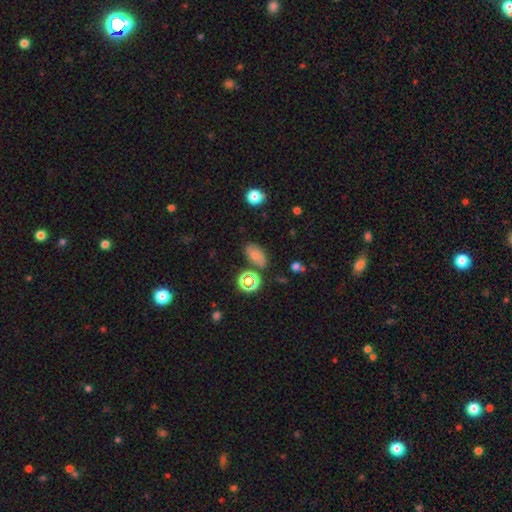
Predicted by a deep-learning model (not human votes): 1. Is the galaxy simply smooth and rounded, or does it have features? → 68% smooth, 19% star or artifact, 13% featured or disk.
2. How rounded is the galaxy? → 86% in between, 12% round, 3% cigar-shaped.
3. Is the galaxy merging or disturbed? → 74% none, 16% minor disturbance, 6% merger, 4% major disturbance.